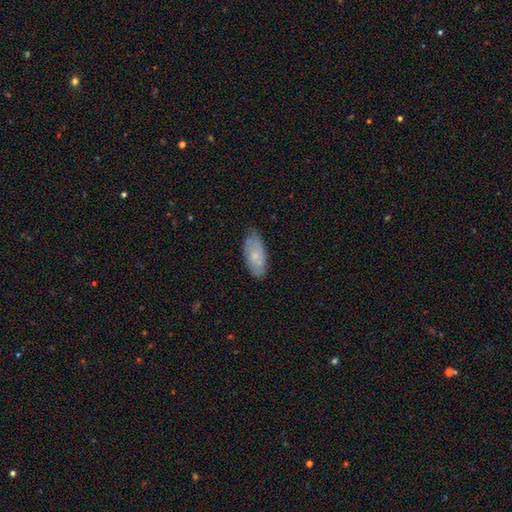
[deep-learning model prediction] smooth-or-featured: smooth: 62% | featured or disk: 31% | star or artifact: 6%
  how-rounded: in between: 86% | cigar-shaped: 11% | round: 2%
  merging: none: 71% | minor disturbance: 24% | major disturbance: 4% | merger: 2%